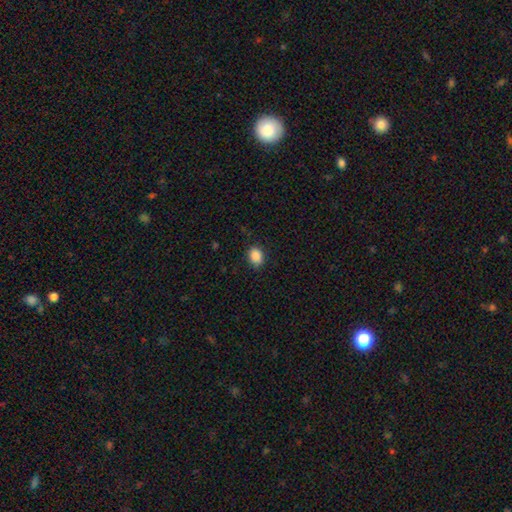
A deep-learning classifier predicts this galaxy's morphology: Overall: smooth (88%). How rounded: in between (58%; round 41%). Merging: none (83%).